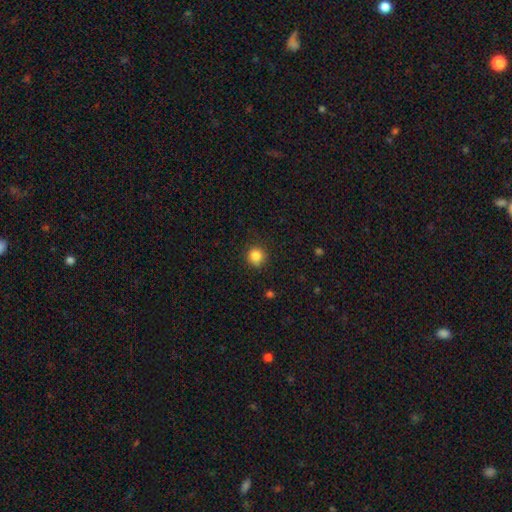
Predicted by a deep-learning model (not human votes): A smooth galaxy with no disk features (85%) that is round (90%).

Vote fractions:
- Smooth or featured? smooth: 85% / star or artifact: 11% / featured or disk: 5%
- How rounded? round: 90% / in between: 9% / cigar-shaped: 1%
- Merging? none: 84% / minor disturbance: 12% / major disturbance: 3% / merger: 1%